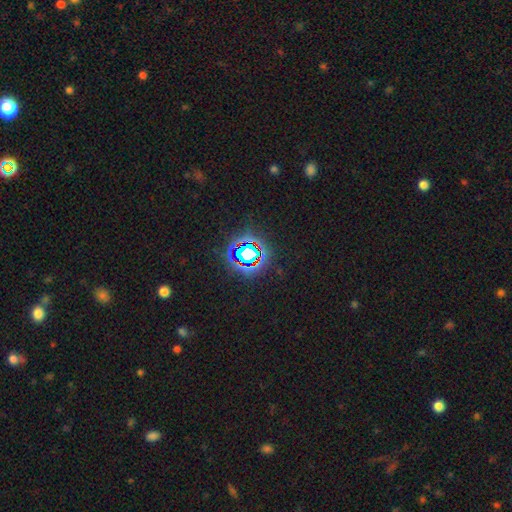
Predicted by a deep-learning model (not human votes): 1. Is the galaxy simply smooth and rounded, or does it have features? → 82% star or artifact, 12% smooth, 7% featured or disk.